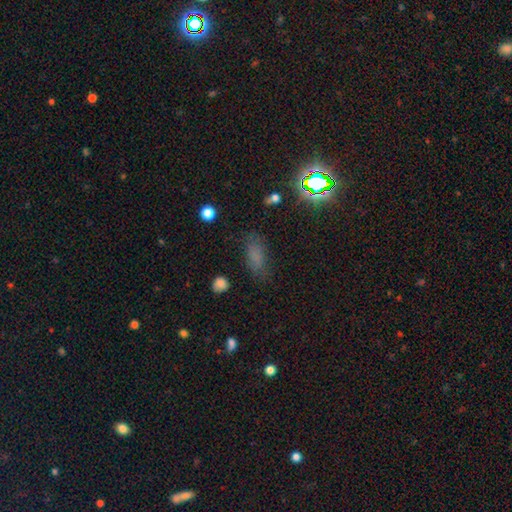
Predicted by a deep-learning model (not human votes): Overall: smooth (66%). How rounded: in between (78%). Merging: none (72%).